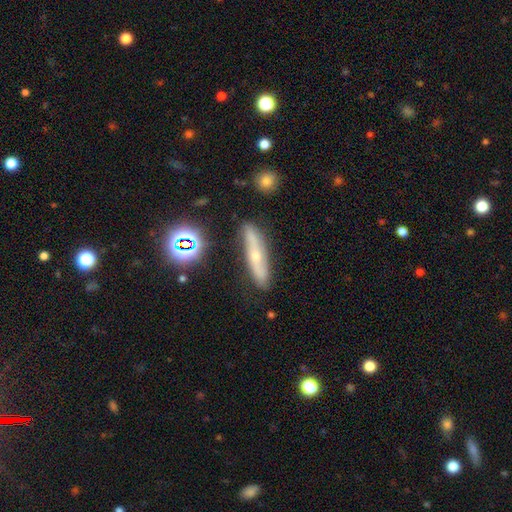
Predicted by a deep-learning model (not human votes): This appears to be a featured or disk galaxy (55%) viewed edge-on (64%). Merging: none (81%).